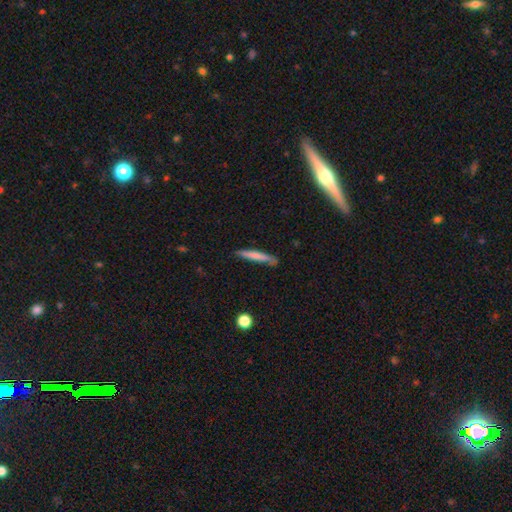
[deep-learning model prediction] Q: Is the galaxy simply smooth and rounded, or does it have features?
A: smooth — 70%.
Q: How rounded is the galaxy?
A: cigar-shaped — 94%.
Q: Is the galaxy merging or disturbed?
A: none — 78%.